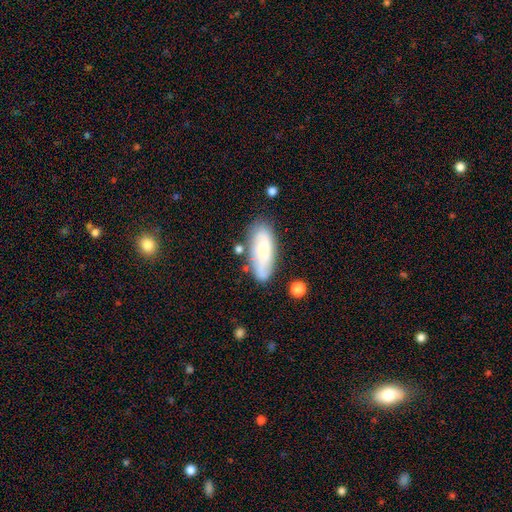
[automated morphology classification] smooth 59%, featured or disk 34%, star or artifact 8%. Down the decision tree: how rounded — in between (69%); merging — none (75%).